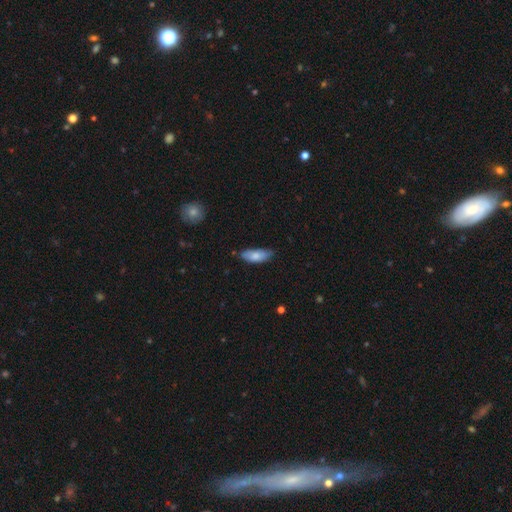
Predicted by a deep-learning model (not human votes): This appears to be a smooth galaxy with no disk features (77%) that is in between round and cigar-shaped (79%). Merging: none (69%).